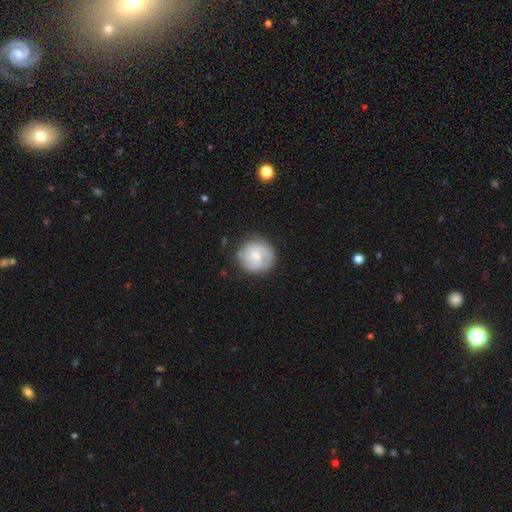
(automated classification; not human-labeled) The model was most divided on "bar": weak: 49%, no: 41%, strong: 9%. More confident: edge-on disk — no (98%); spiral arms — yes (86%); merging — none (79%); bulge size — small (58%); smooth or featured — featured or disk (52%).